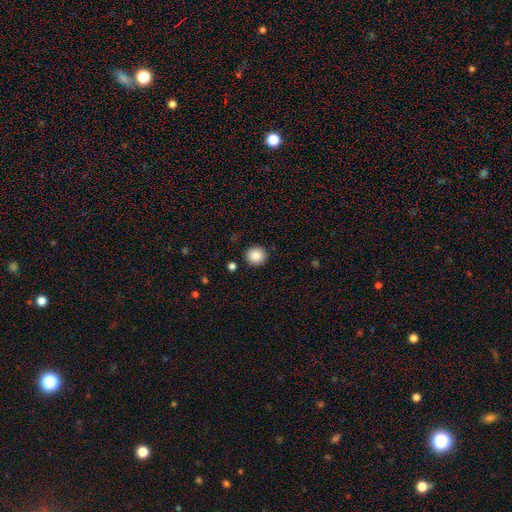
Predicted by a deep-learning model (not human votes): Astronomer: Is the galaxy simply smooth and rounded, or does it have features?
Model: smooth — 88%.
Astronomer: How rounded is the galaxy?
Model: round — 91%.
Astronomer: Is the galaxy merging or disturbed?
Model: none — 90%.